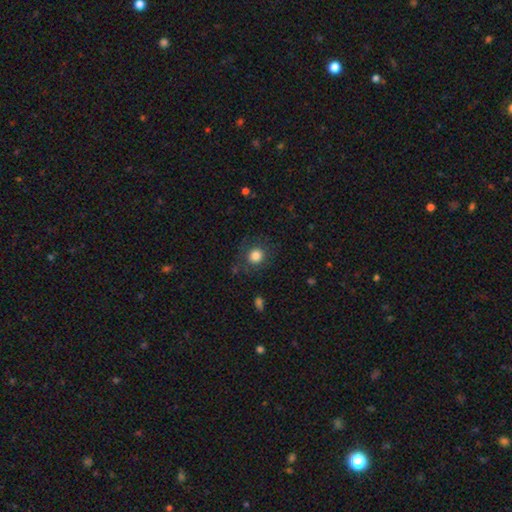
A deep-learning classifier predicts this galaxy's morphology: A smooth galaxy with no disk features (82%) that is round (88%).

Vote fractions:
- Smooth or featured? smooth: 82% / star or artifact: 11% / featured or disk: 7%
- How rounded? round: 88% / in between: 11% / cigar-shaped: 1%
- Merging? none: 81% / minor disturbance: 12% / major disturbance: 6% / merger: 2%